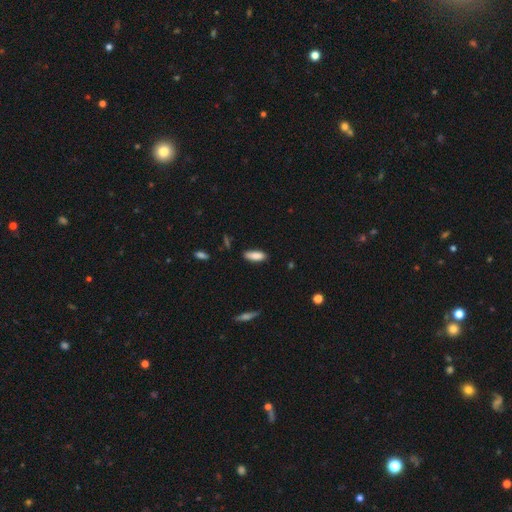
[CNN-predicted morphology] smooth 87%, star or artifact 7%, featured or disk 6%. Down the decision tree: how rounded — in between (66%); merging — none (84%).